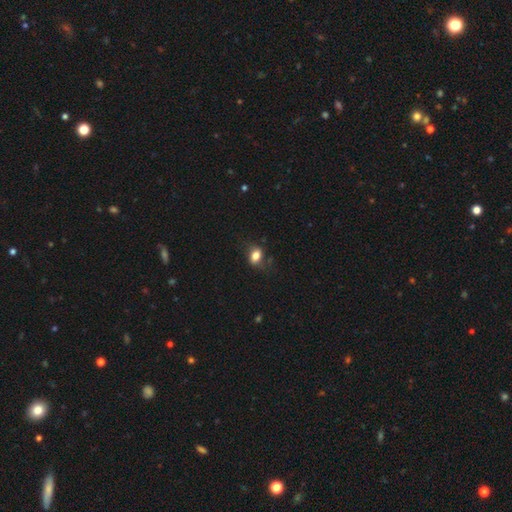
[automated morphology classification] Smooth or featured? Predicted: smooth (p=0.79). How rounded? Predicted: in between (p=0.76). Merging? Predicted: none (p=0.66).